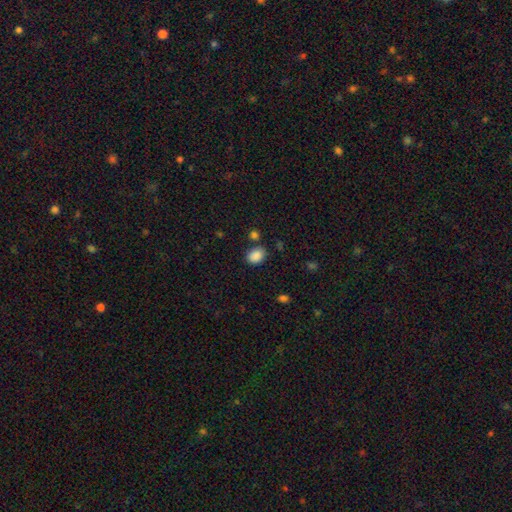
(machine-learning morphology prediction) Smooth or featured? smooth (88%)
How rounded? in between (65%)
Merging? none (77%)